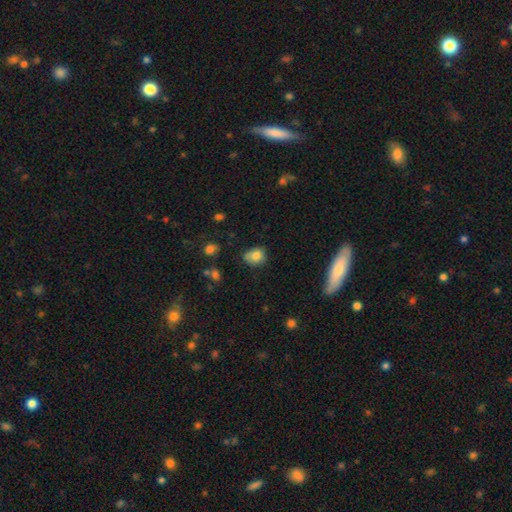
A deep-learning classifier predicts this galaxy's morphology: This appears to be a smooth galaxy with no disk features (79%) that is round (54%). Merging: none (57%).